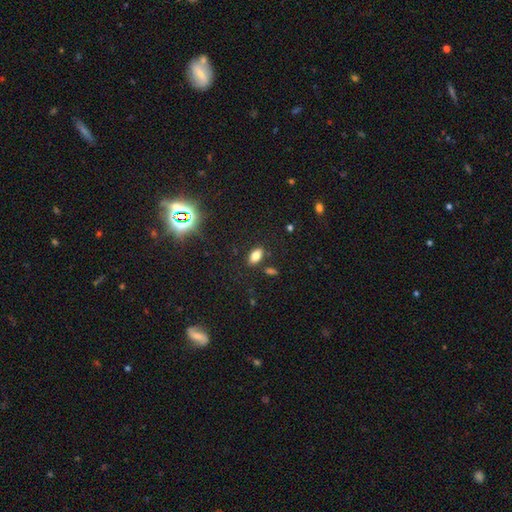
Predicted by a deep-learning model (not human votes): Smooth or featured?
  - smooth: 77% *
  - star or artifact: 14%
  - featured or disk: 10%
How rounded?
  - in between: 89% *
  - round: 6%
  - cigar-shaped: 5%
Merging?
  - none: 84% *
  - minor disturbance: 9%
  - merger: 4%
  - major disturbance: 3%